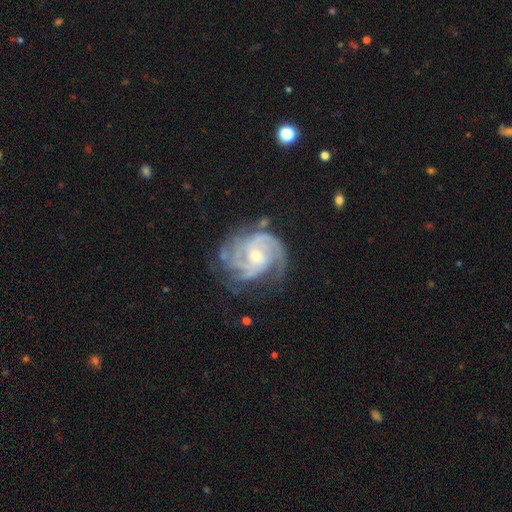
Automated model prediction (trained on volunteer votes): This is clearly a featured or disk galaxy (90%). It is clearly not viewed edge-on (98%). Bar: likely no (62%). Spiral arm pattern: clearly yes (98%). Spiral arm count: marginally 3 (32%). Spiral winding: possibly tight (55%). Central bulge: possibly small (57%). Merging: likely none (64%).